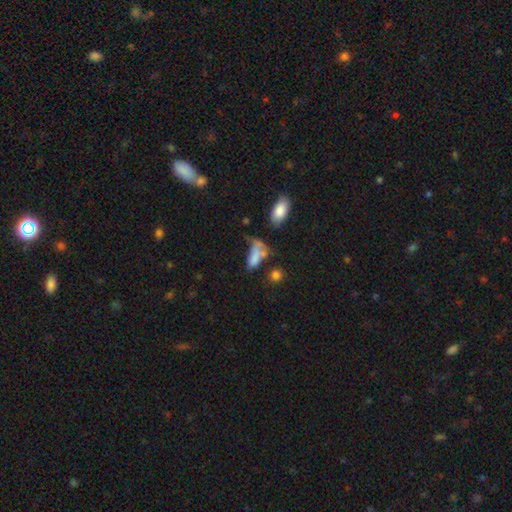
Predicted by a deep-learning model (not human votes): Q: Smooth or featured?
A: smooth (67%); runner-up: featured or disk (20%)
Q: How rounded?
A: in between (76%); runner-up: cigar-shaped (18%)
Q: Merging?
A: major disturbance (29%); runner-up: merger (26%)